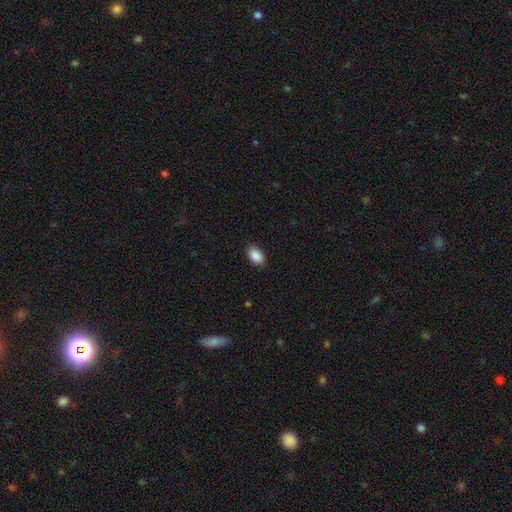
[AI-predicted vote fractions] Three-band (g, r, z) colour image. It shows a smooth galaxy with no disk features (90%) that is in between round and cigar-shaped (93%). Merging: none (86%).